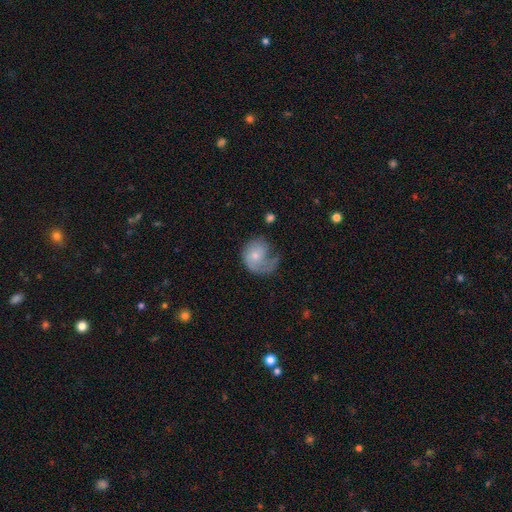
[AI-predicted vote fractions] This appears to be a featured or disk galaxy (53%) with no bar (78%), spiral arms (78%) and a small central bulge (55%). Merging: major disturbance (44%).